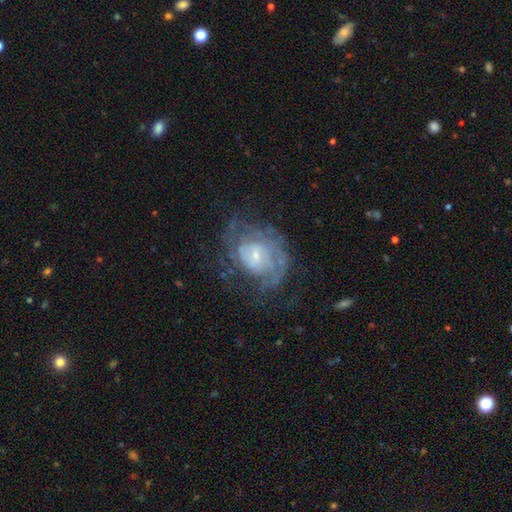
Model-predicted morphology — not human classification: Smooth or featured? Predicted: featured or disk (p=0.76). Edge-on disk? Predicted: no (p=0.97). Bar? Predicted: no (p=0.55). Spiral arms? Predicted: yes (p=0.80). Spiral winding? Predicted: tight (p=0.51). Spiral arm count? Predicted: can't tell (p=0.52). Bulge size? Predicted: small (p=0.68). Merging? Predicted: none (p=0.54).